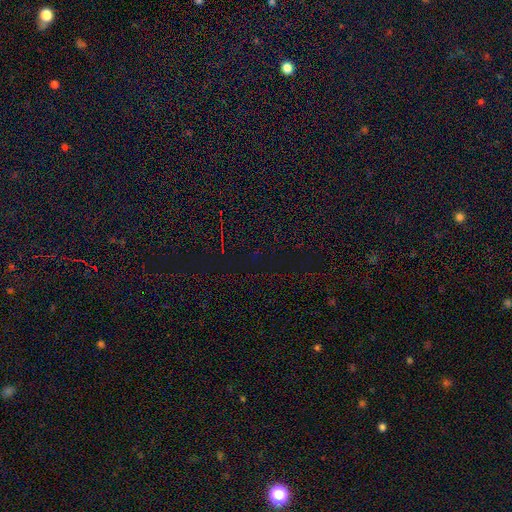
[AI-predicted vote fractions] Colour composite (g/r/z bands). It shows a star or artifact, not a galaxy (79%).